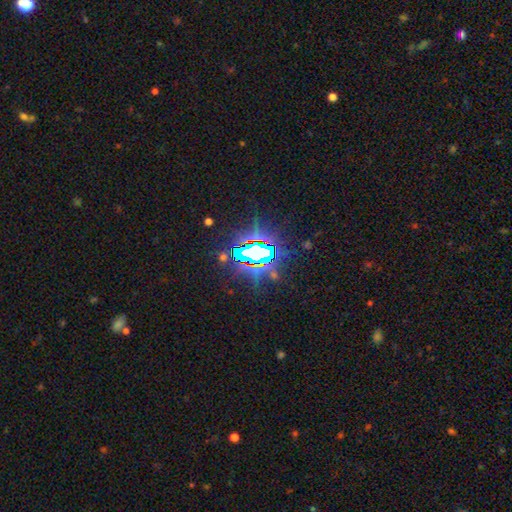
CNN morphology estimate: This appears to be a star or artifact, not a galaxy (77%).